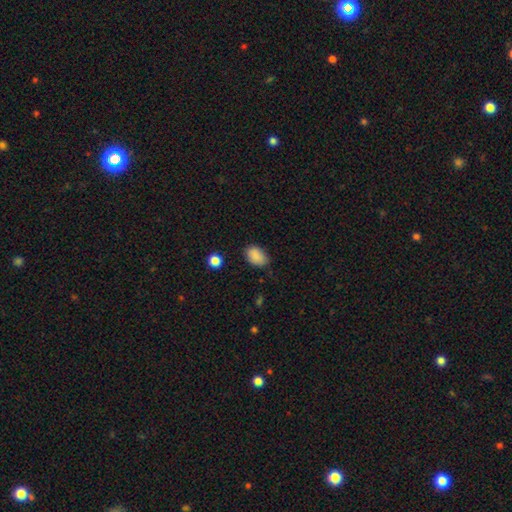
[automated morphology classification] smooth-or-featured: smooth: 88% | star or artifact: 9% | featured or disk: 4%
  how-rounded: in between: 85% | round: 14% | cigar-shaped: 1%
  merging: none: 76% | minor disturbance: 19% | major disturbance: 4% | merger: 2%